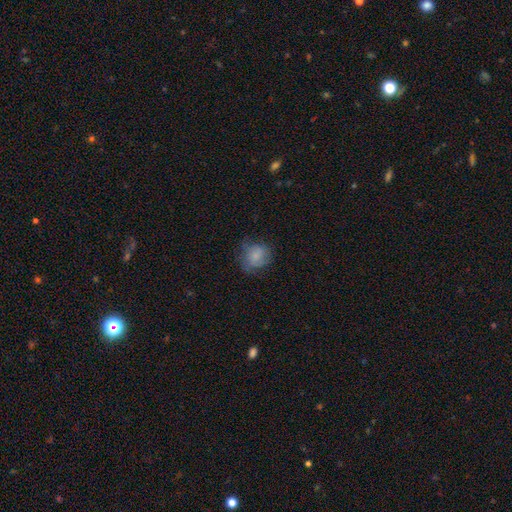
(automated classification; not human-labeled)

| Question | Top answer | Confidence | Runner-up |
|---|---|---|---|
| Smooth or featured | smooth | 73% | featured or disk (18%) |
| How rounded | round | 72% | in between (27%) |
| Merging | none | 58% | minor disturbance (27%) |